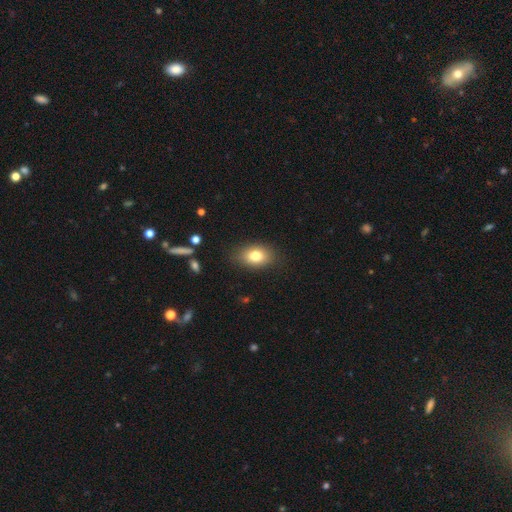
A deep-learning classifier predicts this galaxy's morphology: smooth 78%, featured or disk 12%, star or artifact 10%. Down the decision tree: how rounded — in between (79%); merging — none (83%).